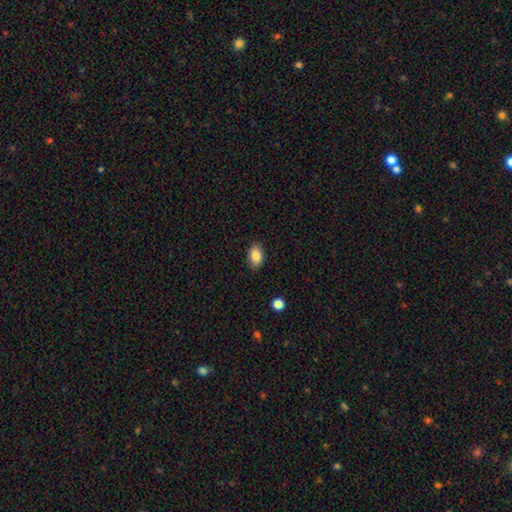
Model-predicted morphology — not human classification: Smooth or featured? Predicted: smooth (p=0.87). How rounded? Predicted: in between (p=0.92). Merging? Predicted: none (p=0.86).